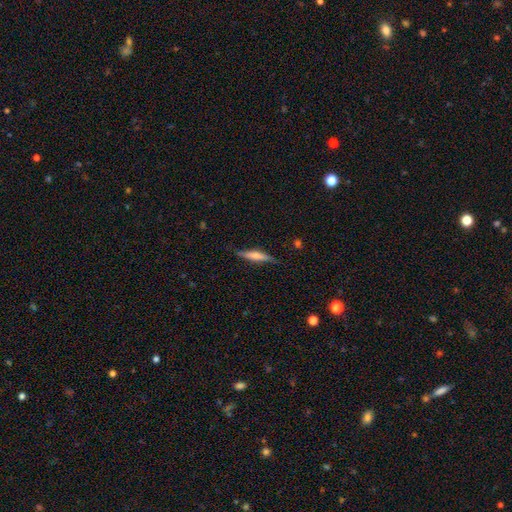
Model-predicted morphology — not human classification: smooth_or_featured: featured or disk (p=0.49) [alt: smooth p=0.45]
merging: none (p=0.79) [alt: minor disturbance p=0.16]